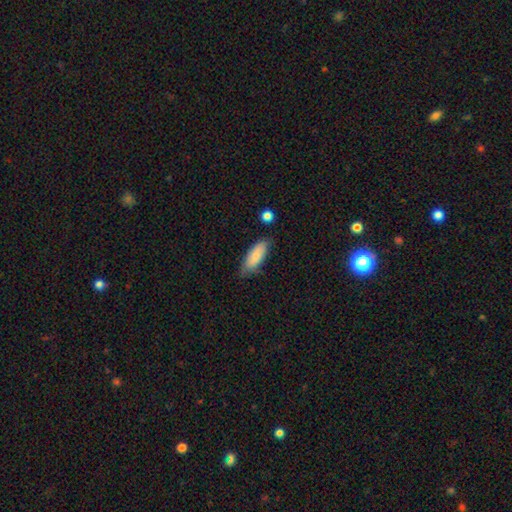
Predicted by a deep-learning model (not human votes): smooth 80%, featured or disk 14%, star or artifact 6%. Down the decision tree: how rounded — in between (74%); merging — none (72%).